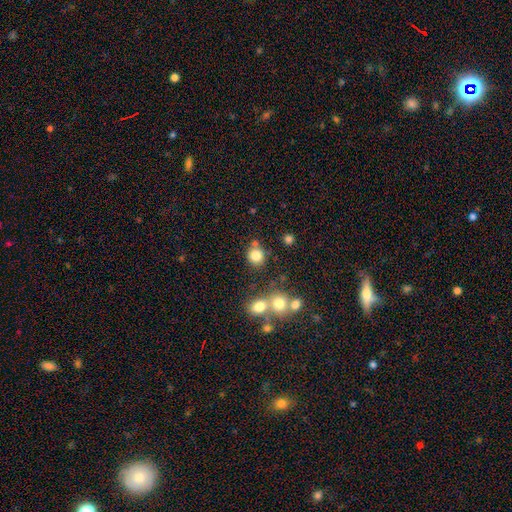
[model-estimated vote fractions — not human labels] The model was most divided on "merging": none: 71%, merger: 16%, minor disturbance: 10%, major disturbance: 4%. More confident: how rounded — round (87%); smooth or featured — smooth (81%).